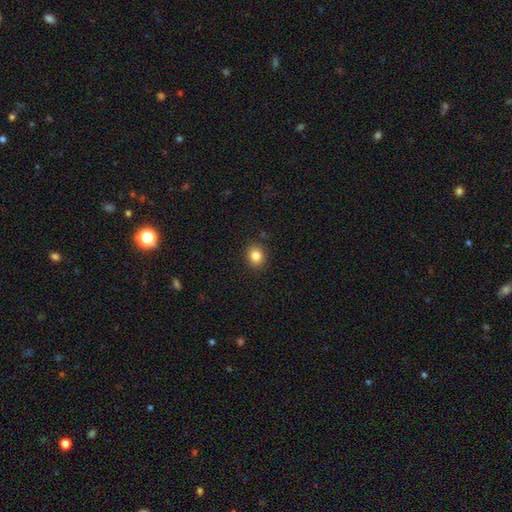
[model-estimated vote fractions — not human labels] smooth-or-featured: smooth: 84% | star or artifact: 10% | featured or disk: 5%
  how-rounded: round: 69% | in between: 30% | cigar-shaped: 1%
  merging: none: 89% | minor disturbance: 8% | major disturbance: 2% | merger: 1%